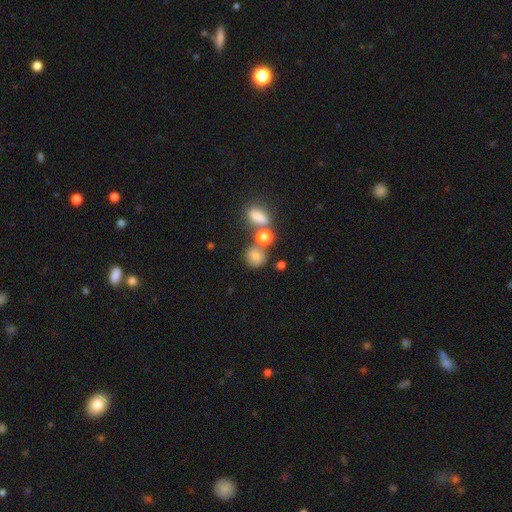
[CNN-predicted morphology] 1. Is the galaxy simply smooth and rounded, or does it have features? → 78% smooth, 14% star or artifact, 8% featured or disk.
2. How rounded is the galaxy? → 74% round, 24% in between, 2% cigar-shaped.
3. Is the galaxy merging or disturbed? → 59% none, 23% merger, 12% minor disturbance, 6% major disturbance.